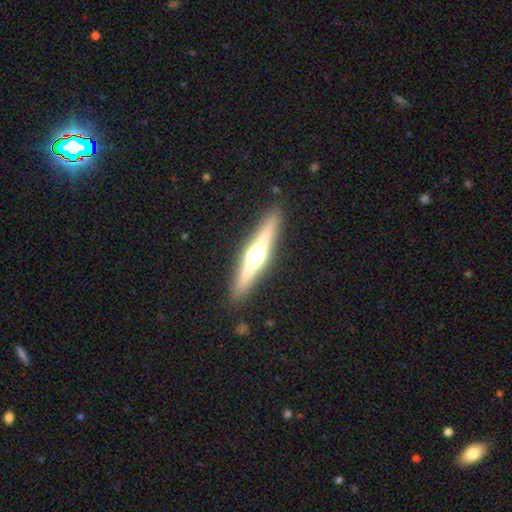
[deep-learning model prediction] smooth_or_featured: featured or disk (p=0.65) [alt: smooth p=0.28]
disk_edge_on: yes (p=0.96) [alt: no p=0.04]
edge_on_bulge: rounded (p=0.94) [alt: boxy p=0.04]
merging: none (p=0.89) [alt: minor disturbance p=0.07]